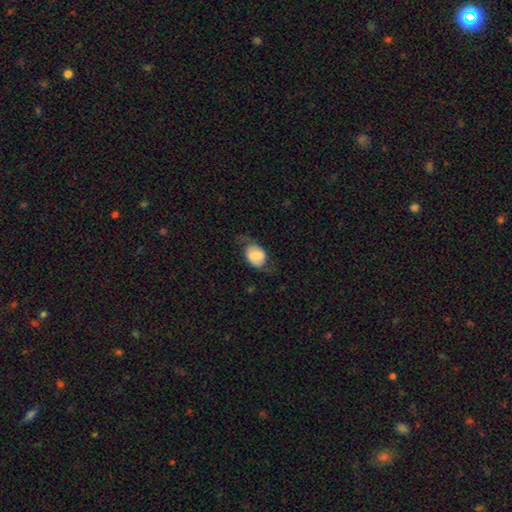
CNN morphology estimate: Q: Smooth or featured?
A: smooth (57%); runner-up: featured or disk (35%)
Q: How rounded?
A: in between (70%); runner-up: round (29%)
Q: Merging?
A: none (52%); runner-up: minor disturbance (26%)